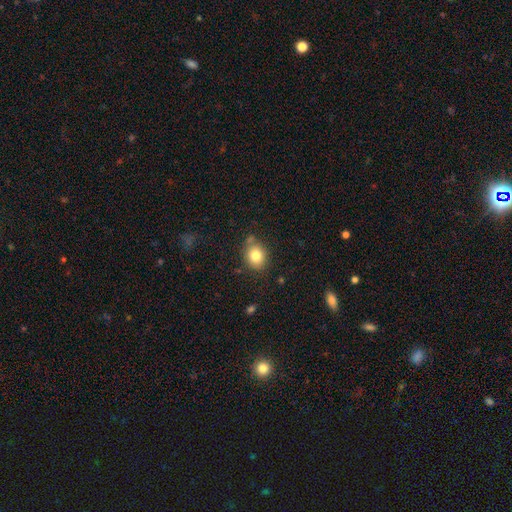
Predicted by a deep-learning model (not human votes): Smooth or featured: smooth — 81% (star or artifact — 10%)
How rounded: round — 59% (in between — 40%)
Merging: none — 76% (minor disturbance — 14%)